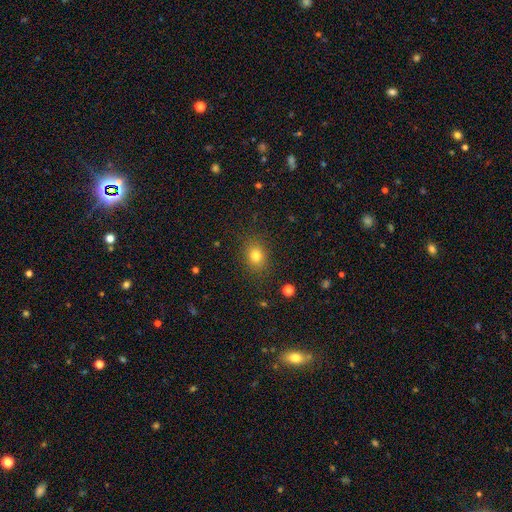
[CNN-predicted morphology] The model was most divided on "how rounded": round: 51%, in between: 48%, cigar-shaped: 1%. More confident: merging — none (86%); smooth or featured — smooth (80%).